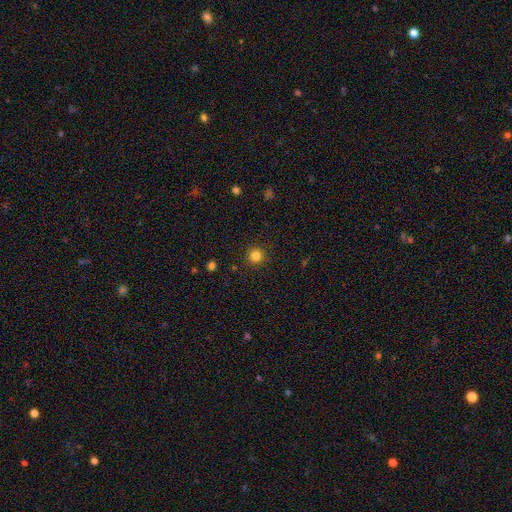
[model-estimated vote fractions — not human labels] Smooth or featured?
  - smooth: 82% *
  - star or artifact: 13%
  - featured or disk: 5%
How rounded?
  - round: 94% *
  - in between: 5%
  - cigar-shaped: 1%
Merging?
  - none: 92% *
  - minor disturbance: 5%
  - major disturbance: 2%
  - merger: 1%